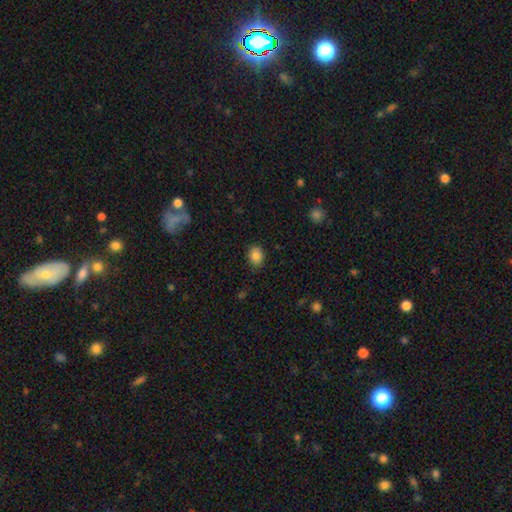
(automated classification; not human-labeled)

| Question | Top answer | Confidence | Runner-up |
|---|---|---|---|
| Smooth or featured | smooth | 86% | star or artifact (9%) |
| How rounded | in between | 57% | round (42%) |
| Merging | none | 84% | minor disturbance (12%) |